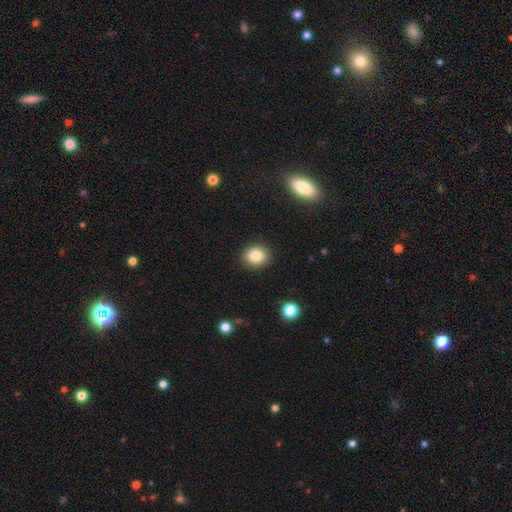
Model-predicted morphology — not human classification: type=smooth (85%); roundness=round (70%); merging=none (90%).